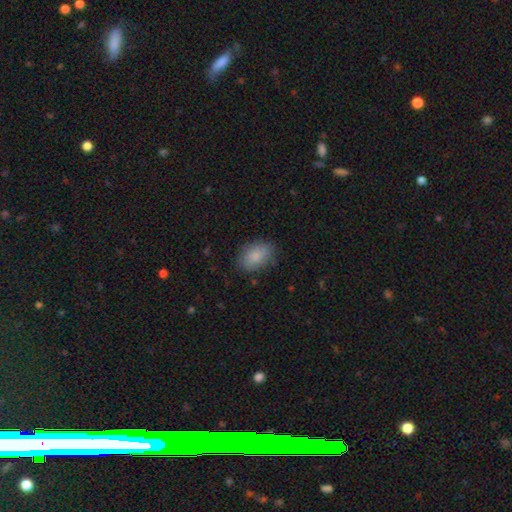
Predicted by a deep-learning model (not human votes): A smooth galaxy with no disk features (84%) that is in between round and cigar-shaped (84%). Merging: none (79%).